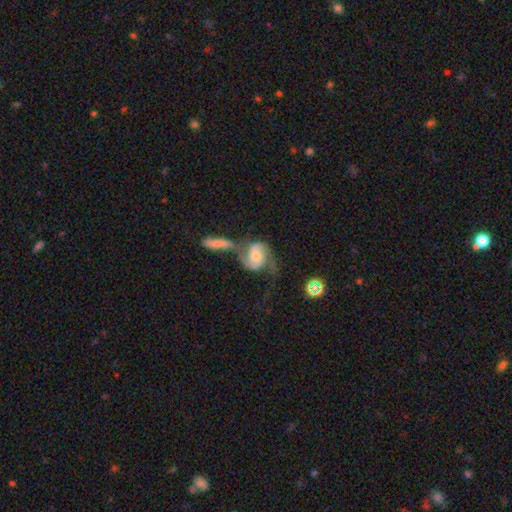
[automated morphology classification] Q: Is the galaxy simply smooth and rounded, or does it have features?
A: featured or disk — 76%.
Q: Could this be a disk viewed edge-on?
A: no — 96%.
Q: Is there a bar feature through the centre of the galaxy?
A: no — 59%.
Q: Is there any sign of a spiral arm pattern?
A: yes — 94%.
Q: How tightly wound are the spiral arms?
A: medium — 42%.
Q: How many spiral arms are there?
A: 2 — 86%.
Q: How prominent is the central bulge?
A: small — 47%.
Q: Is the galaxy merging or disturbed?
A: merger — 52%.